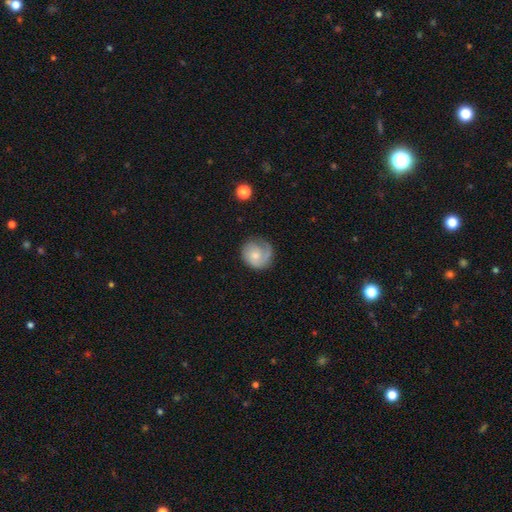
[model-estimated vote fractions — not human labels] Q: Smooth or featured?
A: featured or disk (52%); runner-up: smooth (41%)
Q: Edge-on disk?
A: no (97%); runner-up: yes (3%)
Q: Bar?
A: no (79%); runner-up: weak (19%)
Q: Spiral arms?
A: yes (84%); runner-up: no (16%)
Q: Bulge size?
A: small (56%); runner-up: moderate (36%)
Q: Merging?
A: none (66%); runner-up: minor disturbance (21%)